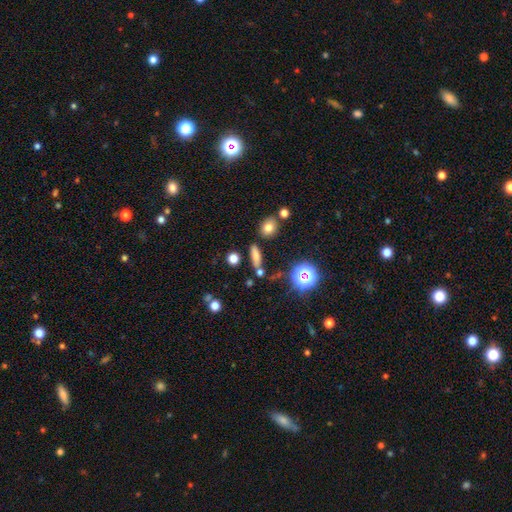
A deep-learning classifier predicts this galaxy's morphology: smooth 69%, star or artifact 18%, featured or disk 13%. Down the decision tree: how rounded — cigar-shaped (50%); merging — none (74%).